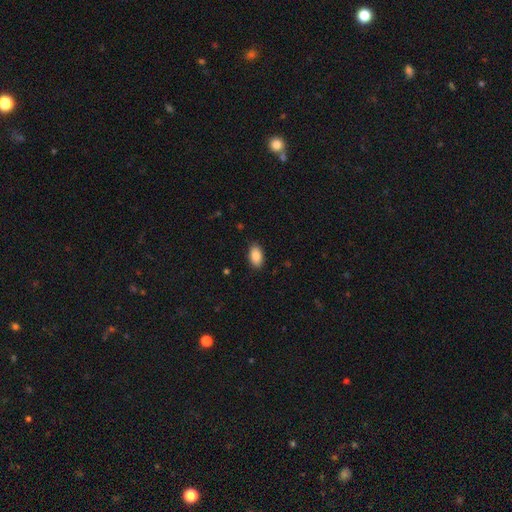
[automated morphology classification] Smooth or featured? smooth (87%)
How rounded? in between (93%)
Merging? none (88%)